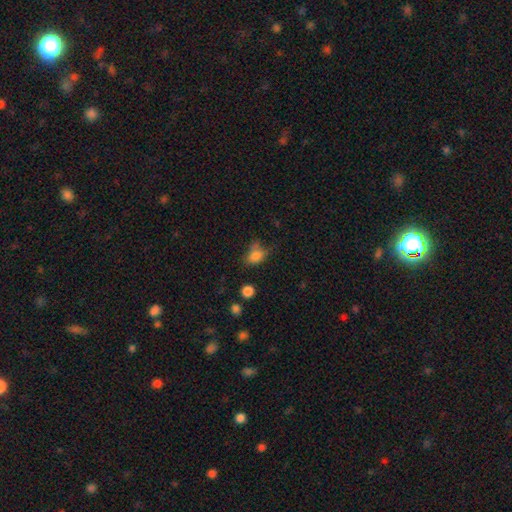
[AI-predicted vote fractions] Smooth or featured? Predicted: smooth (p=0.78). How rounded? Predicted: in between (p=0.69). Merging? Predicted: none (p=0.43).